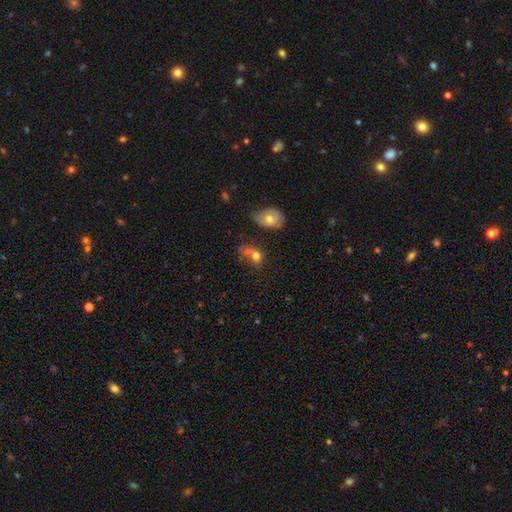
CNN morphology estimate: Smooth or featured? Predicted: smooth (p=0.73). How rounded? Predicted: in between (p=0.51). Merging? Predicted: none (p=0.36).